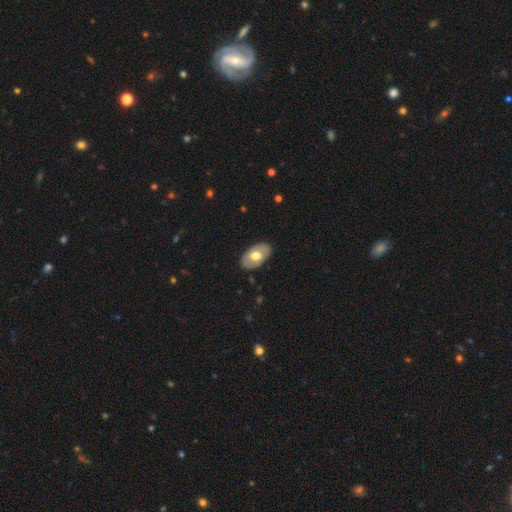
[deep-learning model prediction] Overall: smooth (54%; featured or disk 41%). How rounded: in between (92%). Merging: none (84%).